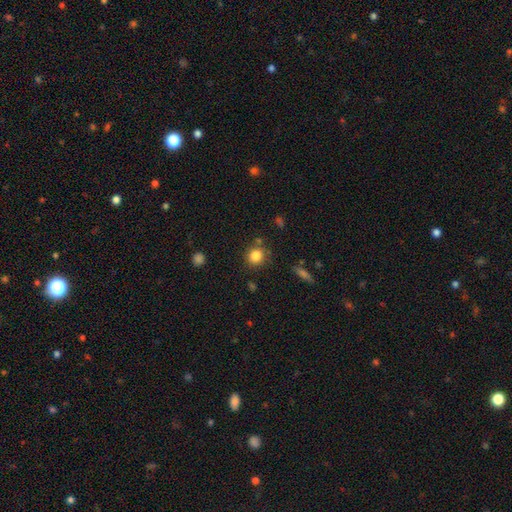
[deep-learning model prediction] Overall: smooth (84%). How rounded: round (86%). Merging: none (78%).